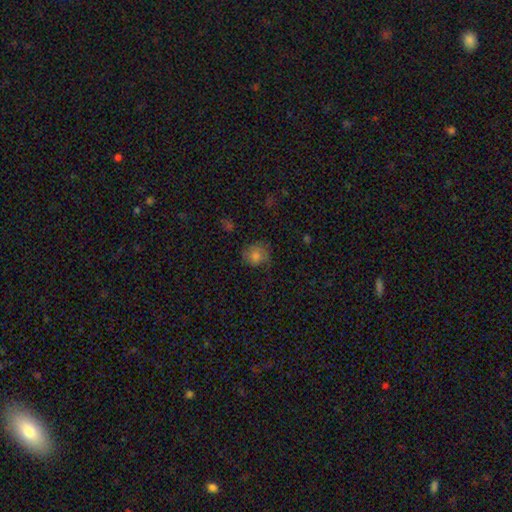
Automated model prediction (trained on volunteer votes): Smooth or featured? smooth (73%)
How rounded? round (81%)
Merging? none (63%)